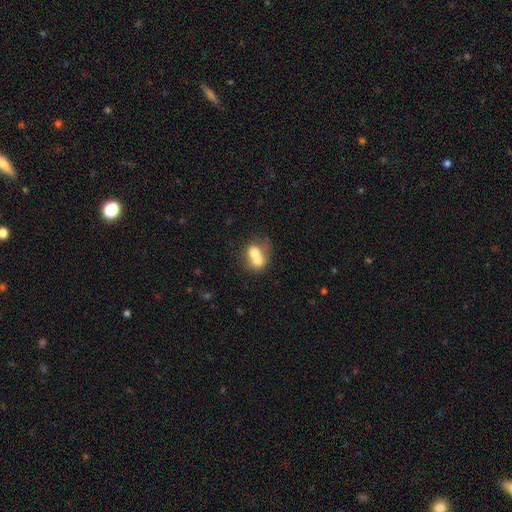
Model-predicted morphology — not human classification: Smooth or featured? smooth (64%)
How rounded? in between (51%)
Merging? merger (70%)